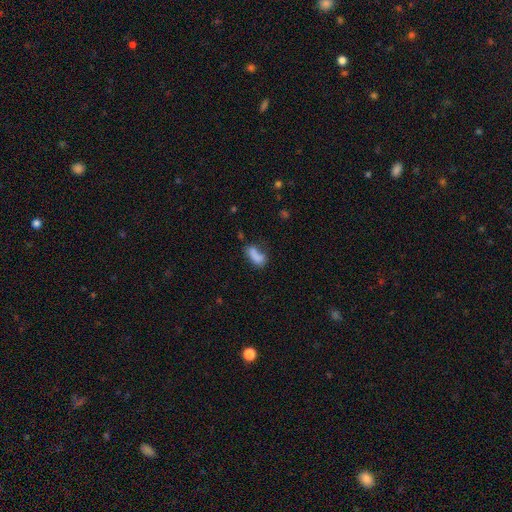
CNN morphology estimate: This appears to be a smooth galaxy with no disk features (76%) that is in between round and cigar-shaped (84%). Merging: none (39%).